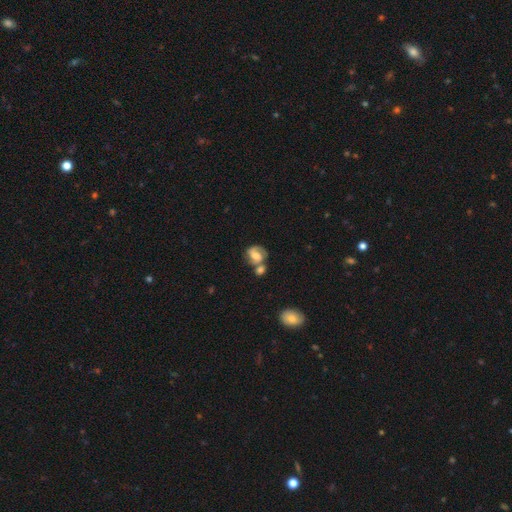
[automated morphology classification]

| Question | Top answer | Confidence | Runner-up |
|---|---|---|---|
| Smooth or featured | featured or disk | 56% | smooth (36%) |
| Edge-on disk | no | 97% | yes (3%) |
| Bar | weak | 42% | no (40%) |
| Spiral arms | yes | 83% | no (17%) |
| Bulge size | moderate | 44% | small (24%) |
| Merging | merger | 39% | none (38%) |